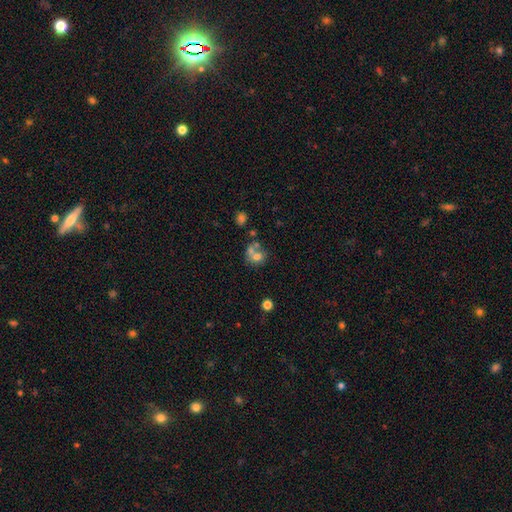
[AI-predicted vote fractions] Smooth or featured? Predicted: smooth (p=0.65). How rounded? Predicted: round (p=0.66). Merging? Predicted: merger (p=0.52).